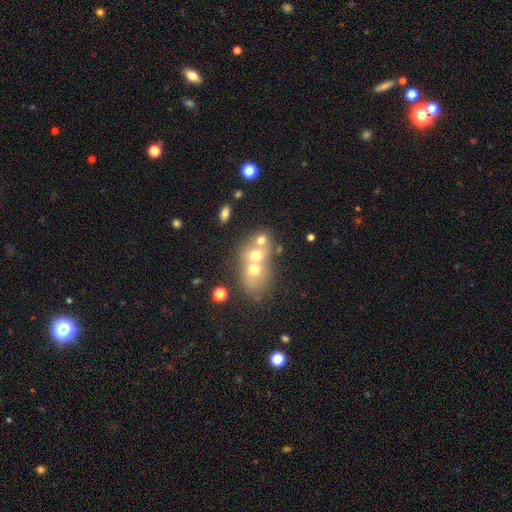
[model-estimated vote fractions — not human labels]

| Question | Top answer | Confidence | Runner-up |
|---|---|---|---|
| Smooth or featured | smooth | 49% | featured or disk (32%) |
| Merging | merger | 59% | none (28%) |